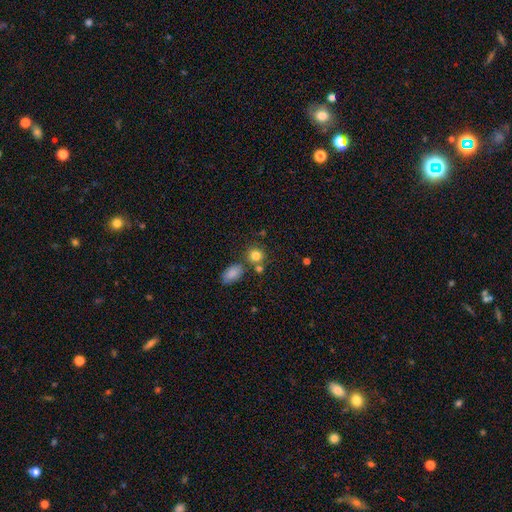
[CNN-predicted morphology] smooth-or-featured: smooth: 82% | star or artifact: 11% | featured or disk: 7%
  how-rounded: round: 79% | in between: 20% | cigar-shaped: 1%
  merging: none: 65% | merger: 20% | minor disturbance: 11% | major disturbance: 4%